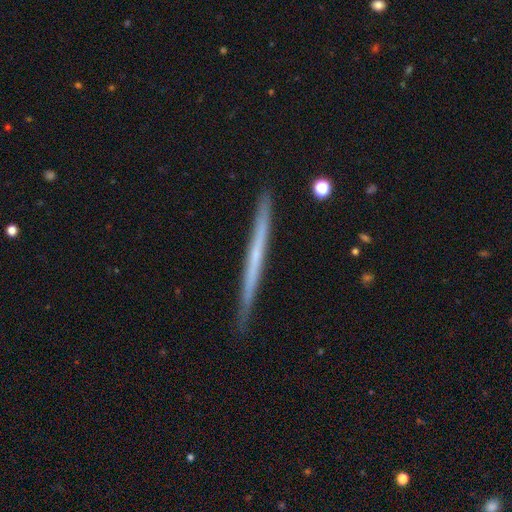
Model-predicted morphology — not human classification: Smooth or featured? featured or disk (60%)
Edge-on disk? yes (97%)
Edge-on bulge? none (87%)
Merging? none (90%)